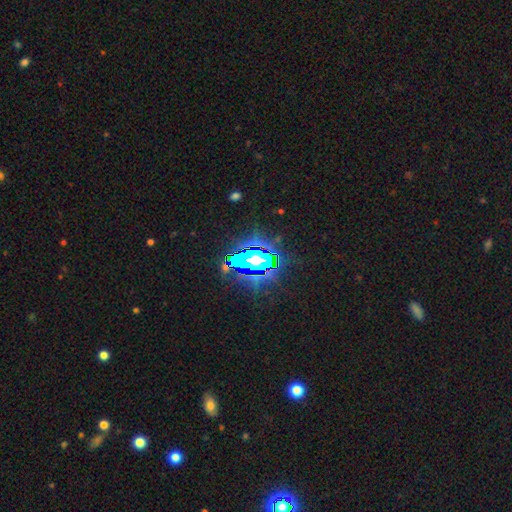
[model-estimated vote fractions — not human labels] Smooth or featured: star or artifact — 67% (smooth — 17%)